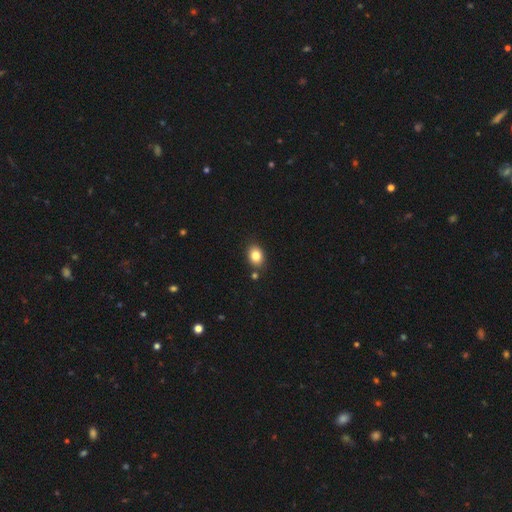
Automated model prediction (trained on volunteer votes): Morphology: type=smooth (83%); roundness=in between (68%); merging=none (81%).